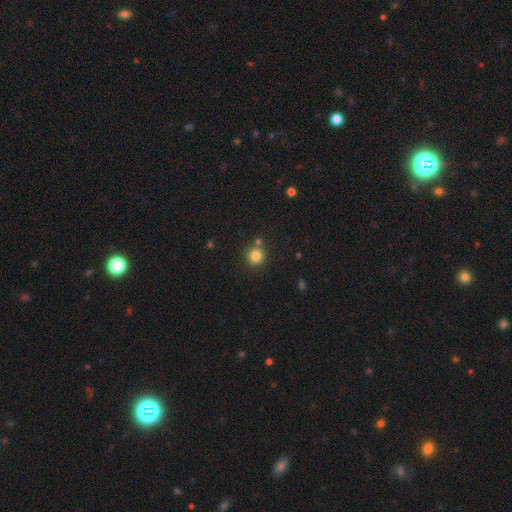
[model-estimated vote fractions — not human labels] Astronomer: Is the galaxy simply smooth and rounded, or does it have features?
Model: smooth — 83%.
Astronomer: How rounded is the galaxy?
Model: round — 94%.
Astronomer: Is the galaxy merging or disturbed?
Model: none — 80%.